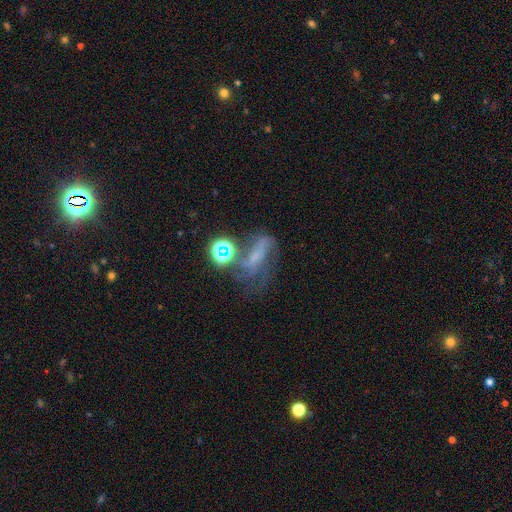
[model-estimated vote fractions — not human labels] Smooth or featured: featured or disk — 45% (smooth — 29%)
Merging: major disturbance — 34% (none — 32%)